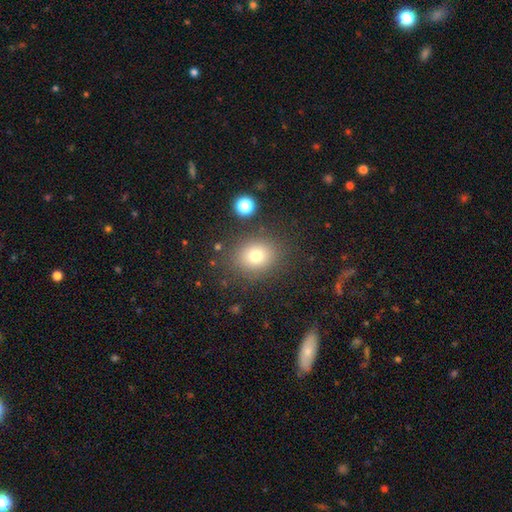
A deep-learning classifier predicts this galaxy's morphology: A smooth galaxy with no disk features (76%) that is round (64%). Merging: none (83%).